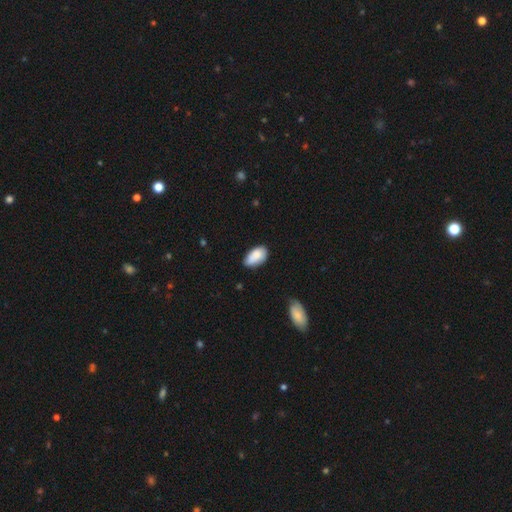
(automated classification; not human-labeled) Smooth or featured? smooth (85%)
How rounded? in between (94%)
Merging? none (60%)